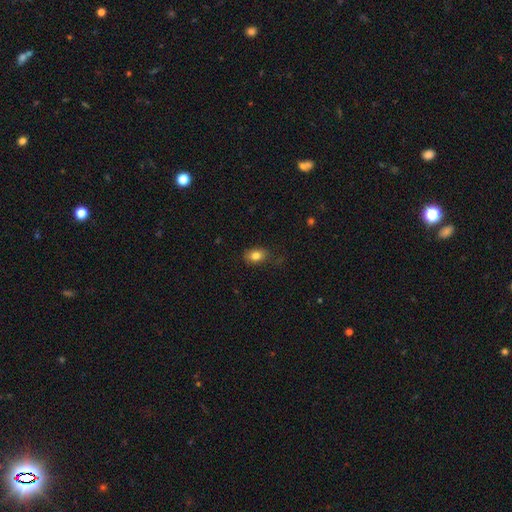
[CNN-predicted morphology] Smooth or featured: smooth — 81% (star or artifact — 10%)
How rounded: in between — 74% (round — 25%)
Merging: none — 72% (minor disturbance — 21%)